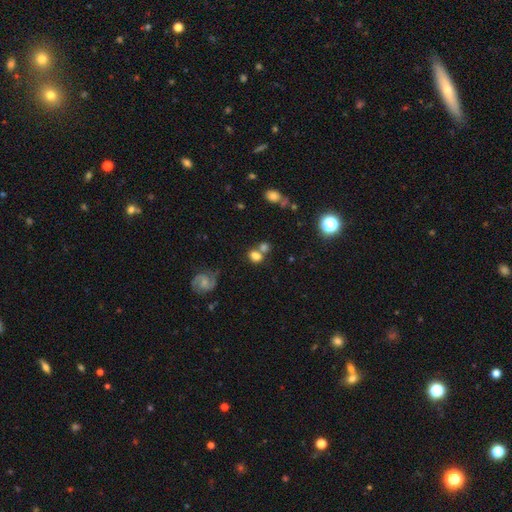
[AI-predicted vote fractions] A smooth galaxy with no disk features (71%) that is in between round and cigar-shaped (56%). Merging: merger (43%).